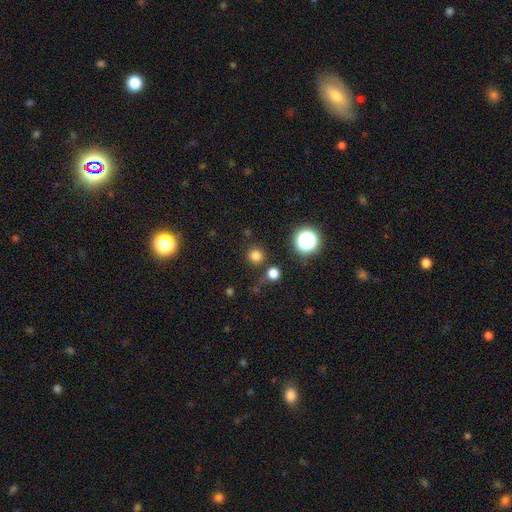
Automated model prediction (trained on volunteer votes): This is likely a smooth galaxy (76%). How rounded: clearly round (95%). Merging: clearly none (84%).